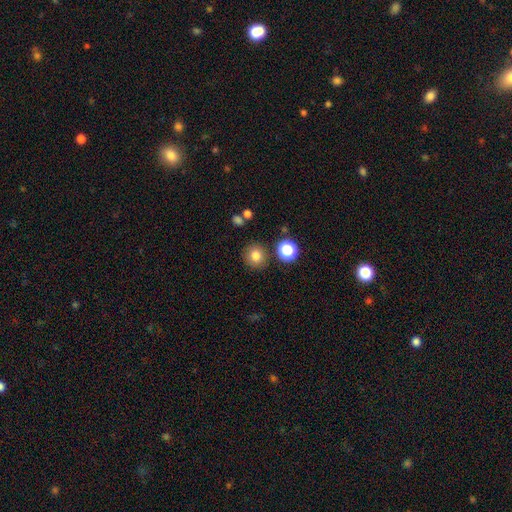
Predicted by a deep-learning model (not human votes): Morphology: type=smooth (80%); roundness=round (91%); merging=none (86%).